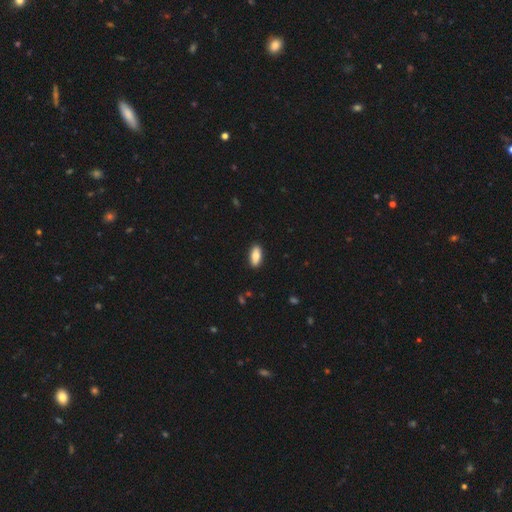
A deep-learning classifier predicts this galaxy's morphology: smooth 79%, featured or disk 14%, star or artifact 6%. Down the decision tree: how rounded — in between (87%); merging — none (90%).